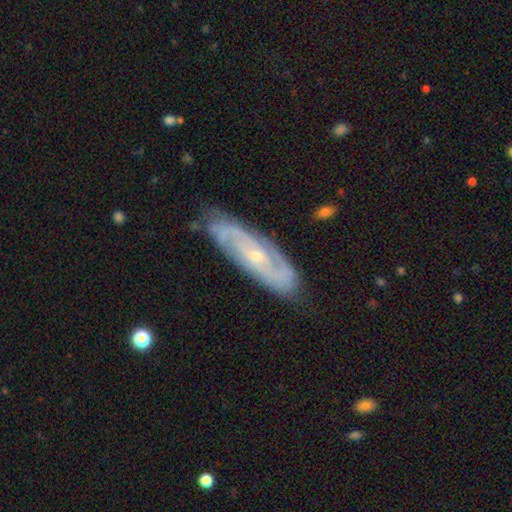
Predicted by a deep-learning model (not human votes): featured or disk 82%, smooth 12%, star or artifact 6%. Down the decision tree: edge-on disk — no (85%); bar — no (62%); spiral arms — yes (94%); spiral arm count — 2 (56%); spiral winding — tight (53%); bulge size — small (74%); merging — none (79%).